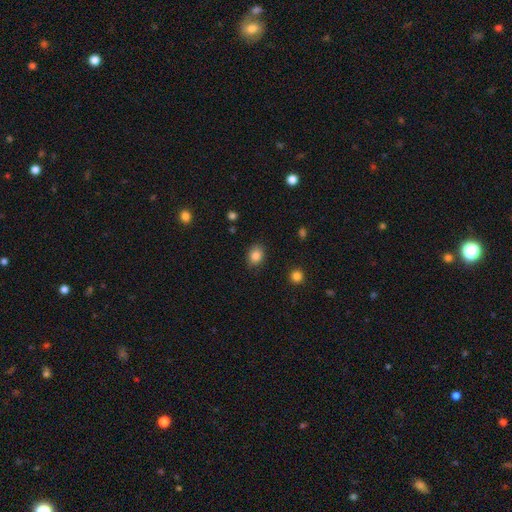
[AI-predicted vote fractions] Q: Smooth or featured?
A: smooth (85%); runner-up: star or artifact (10%)
Q: How rounded?
A: in between (54%); runner-up: round (45%)
Q: Merging?
A: none (85%); runner-up: minor disturbance (11%)